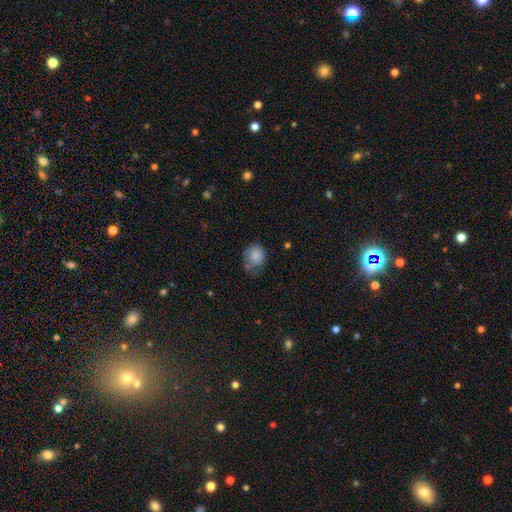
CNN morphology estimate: smooth-or-featured: smooth: 79% | featured or disk: 12% | star or artifact: 8%
  how-rounded: round: 69% | in between: 30% | cigar-shaped: 1%
  merging: none: 51% | minor disturbance: 33% | major disturbance: 11% | merger: 5%